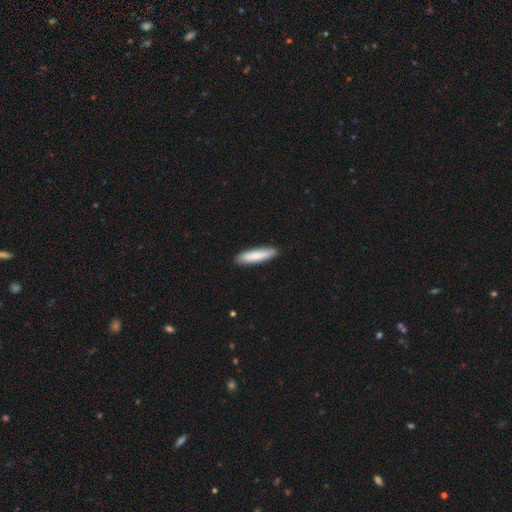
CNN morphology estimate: smooth-or-featured: smooth: 82% | featured or disk: 13% | star or artifact: 5%
  how-rounded: cigar-shaped: 81% | in between: 18% | round: 1%
  merging: none: 89% | minor disturbance: 9% | major disturbance: 1% | merger: 1%